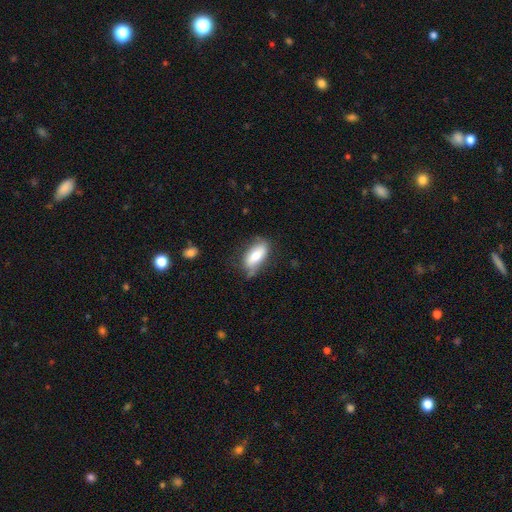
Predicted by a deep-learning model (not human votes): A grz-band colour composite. It shows a smooth galaxy with no disk features (74%) that is in between round and cigar-shaped (86%). Merging: none (63%).